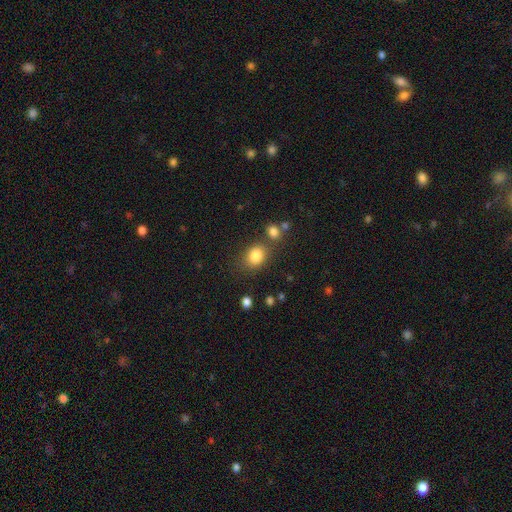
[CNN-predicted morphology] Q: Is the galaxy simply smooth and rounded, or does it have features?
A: smooth — 84%.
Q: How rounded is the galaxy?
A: in between — 53%.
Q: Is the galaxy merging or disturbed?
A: none — 68%.